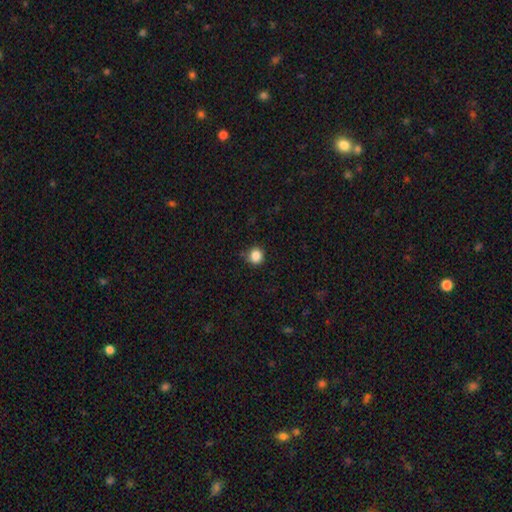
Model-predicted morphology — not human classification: This is clearly a smooth galaxy (86%). How rounded: clearly round (91%). Merging: clearly none (86%).